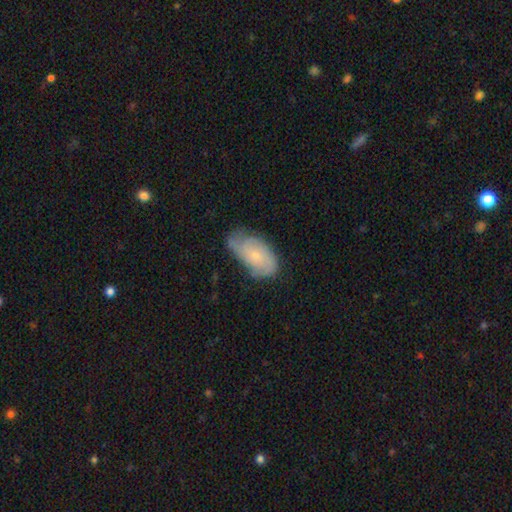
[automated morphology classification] Smooth or featured: featured or disk — 51% (smooth — 42%)
Edge-on disk: no — 95% (yes — 5%)
Merging: none — 49% (minor disturbance — 37%)